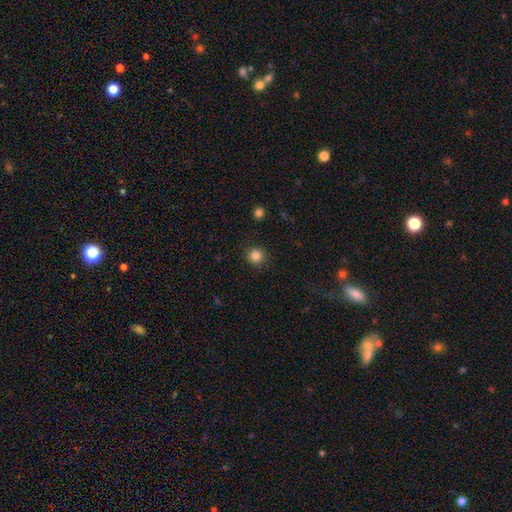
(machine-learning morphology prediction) type=smooth (84%); roundness=round (93%); merging=none (91%).